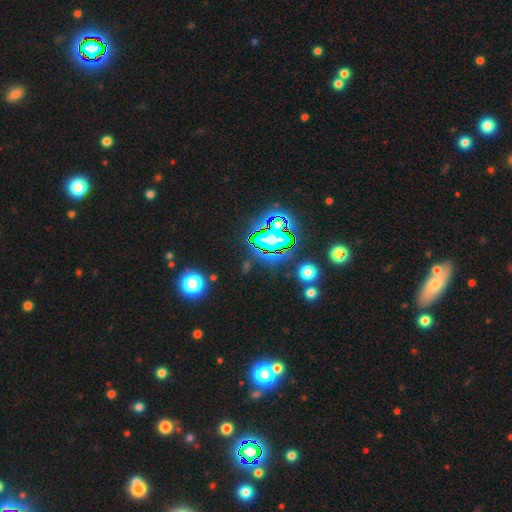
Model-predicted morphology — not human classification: star or artifact 81%, smooth 11%, featured or disk 8%.